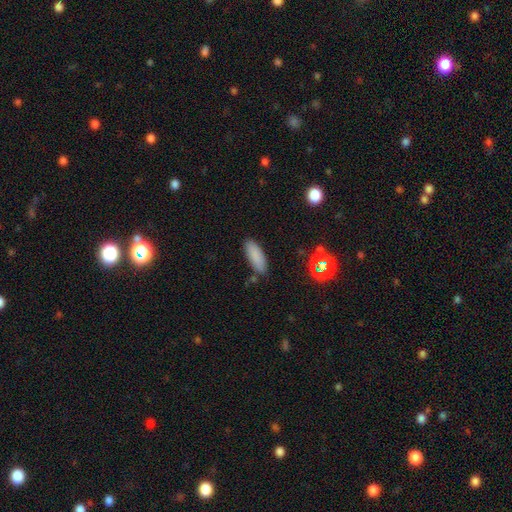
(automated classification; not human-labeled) Q: Smooth or featured?
A: smooth (85%); runner-up: star or artifact (10%)
Q: How rounded?
A: in between (69%); runner-up: cigar-shaped (29%)
Q: Merging?
A: none (82%); runner-up: minor disturbance (12%)